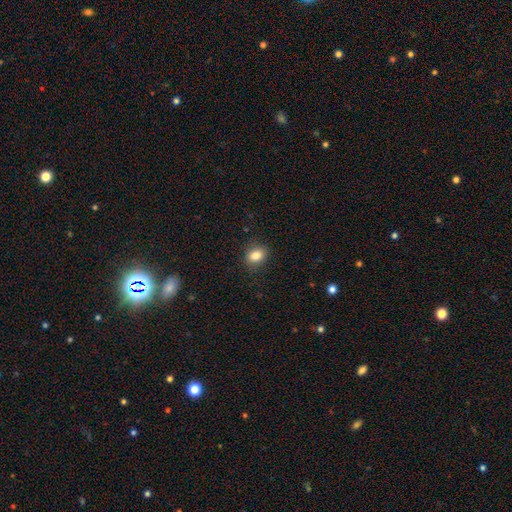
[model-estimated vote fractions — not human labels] Q: Smooth or featured?
A: smooth (84%); runner-up: star or artifact (10%)
Q: How rounded?
A: in between (58%); runner-up: round (41%)
Q: Merging?
A: none (87%); runner-up: minor disturbance (9%)